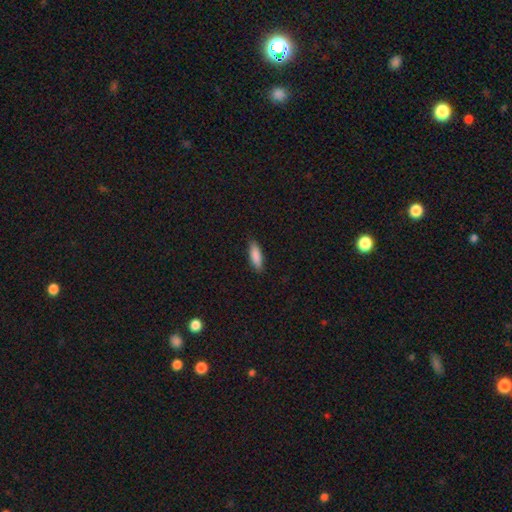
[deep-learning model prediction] A smooth galaxy with no disk features (87%) that is in between round and cigar-shaped (54%). Merging: none (87%).